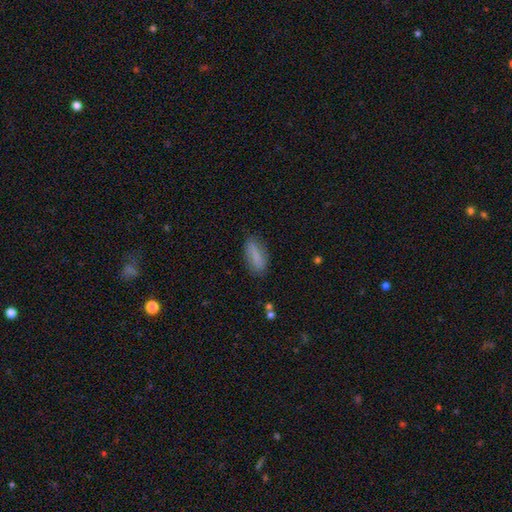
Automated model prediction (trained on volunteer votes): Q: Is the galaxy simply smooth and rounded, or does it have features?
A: smooth — 81%.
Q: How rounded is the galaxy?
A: in between — 67%.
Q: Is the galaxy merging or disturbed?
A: none — 80%.